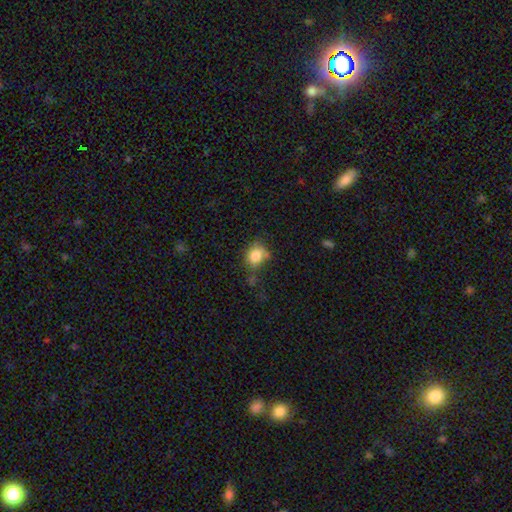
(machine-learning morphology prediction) Smooth or featured? smooth (81%)
How rounded? round (55%)
Merging? none (49%)